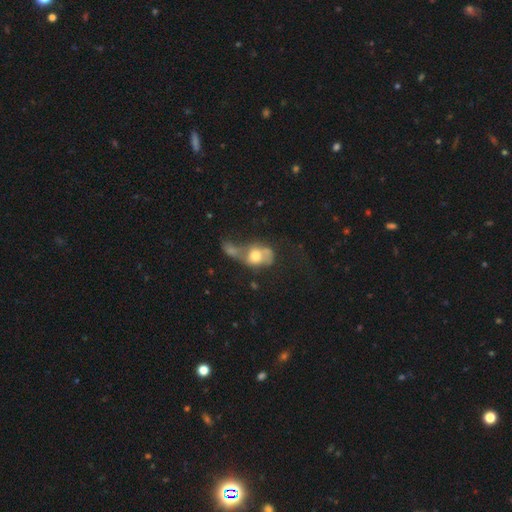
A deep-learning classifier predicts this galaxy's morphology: smooth 52%, featured or disk 38%, star or artifact 10%. Down the decision tree: how rounded — in between (58%); merging — merger (56%).